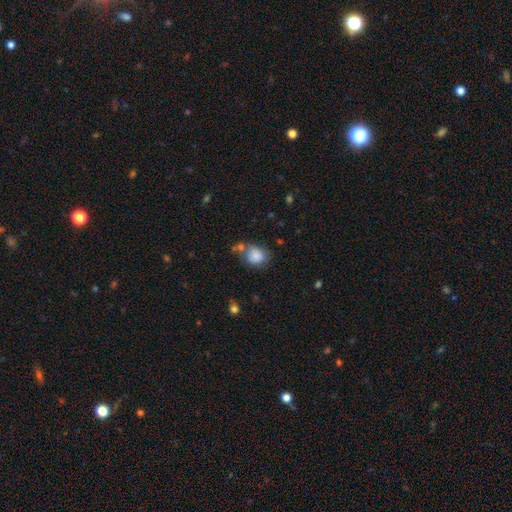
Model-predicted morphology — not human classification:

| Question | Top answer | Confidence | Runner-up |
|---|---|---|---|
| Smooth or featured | smooth | 83% | star or artifact (9%) |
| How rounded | round | 63% | in between (36%) |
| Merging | none | 53% | minor disturbance (23%) |